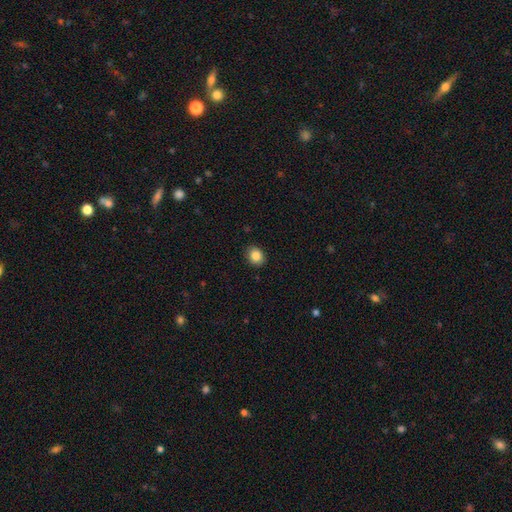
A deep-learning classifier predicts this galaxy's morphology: Q: Smooth or featured?
A: smooth (86%); runner-up: star or artifact (9%)
Q: How rounded?
A: round (59%); runner-up: in between (40%)
Q: Merging?
A: none (89%); runner-up: minor disturbance (8%)